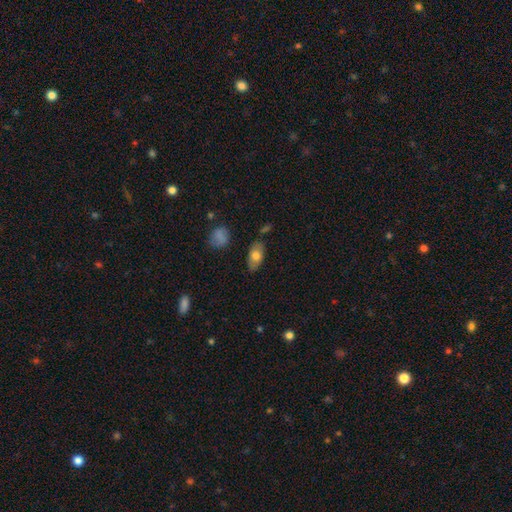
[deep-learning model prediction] smooth 71%, featured or disk 21%, star or artifact 7%. Down the decision tree: how rounded — in between (89%); merging — none (79%).